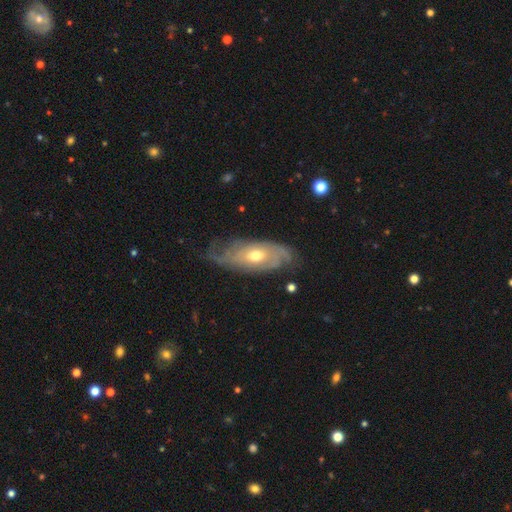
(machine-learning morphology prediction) This is likely a featured or disk galaxy (77%). It is clearly not viewed edge-on (88%). Bar: likely no (74%). Spiral arm pattern: clearly yes (88%). Spiral arm count: possibly can't tell (47%). Spiral winding: possibly tight (59%). Central bulge: likely moderate (69%). Merging: likely none (63%).